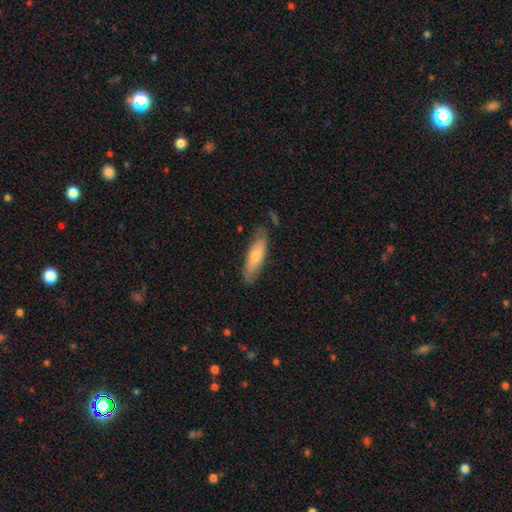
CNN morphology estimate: type=smooth (71%); roundness=cigar-shaped (56%); merging=none (76%).